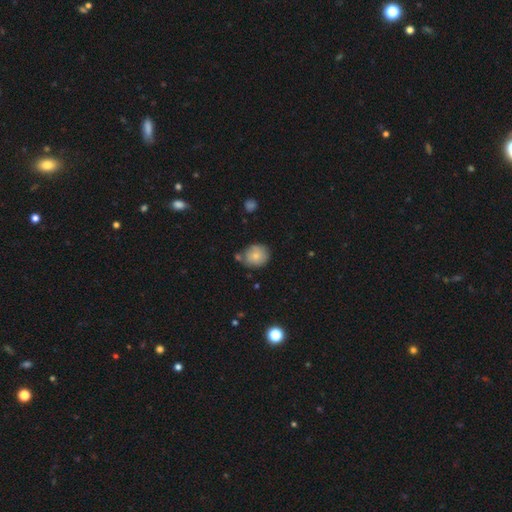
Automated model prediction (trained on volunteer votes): This appears to be a smooth galaxy with no disk features (79%) that is round (77%). Merging: none (68%).